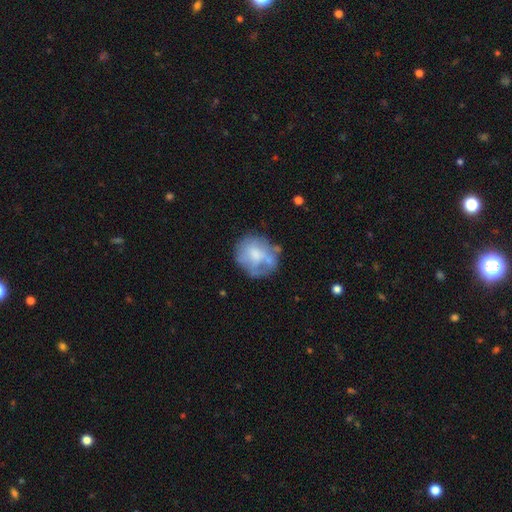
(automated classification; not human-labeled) Morphology: type=smooth (52%); roundness=round (73%); merging=none (53%).